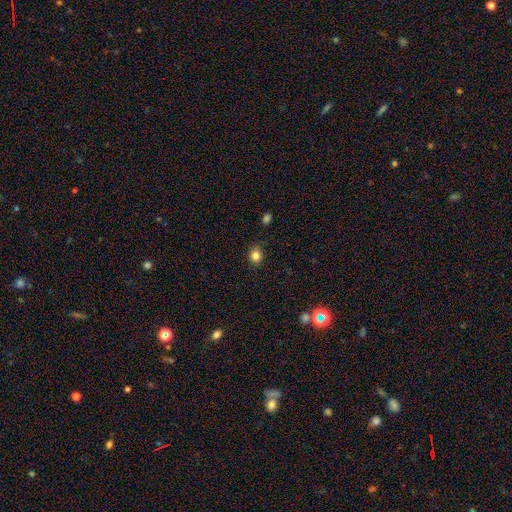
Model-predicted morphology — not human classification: Smooth or featured? smooth (83%)
How rounded? round (71%)
Merging? none (85%)